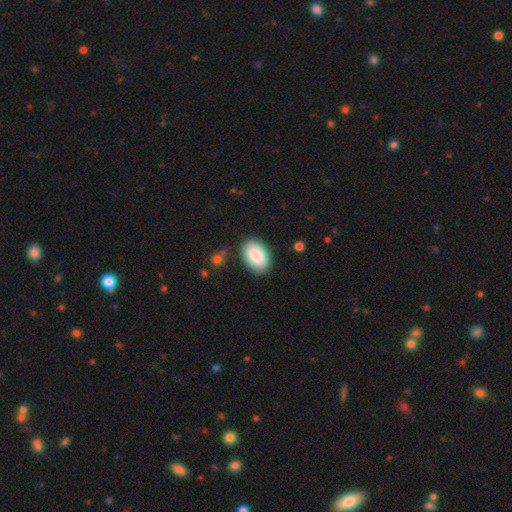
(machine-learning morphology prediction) Overall: smooth (88%). How rounded: in between (91%). Merging: none (85%).